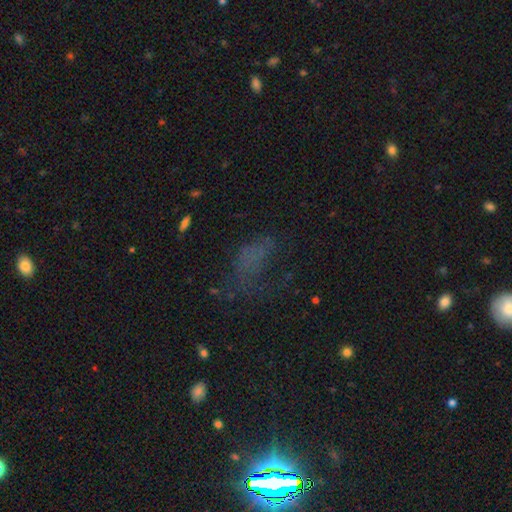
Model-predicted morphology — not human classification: smooth_or_featured: smooth (p=0.42) [alt: star or artifact p=0.34]
merging: none (p=0.39) [alt: major disturbance p=0.37]